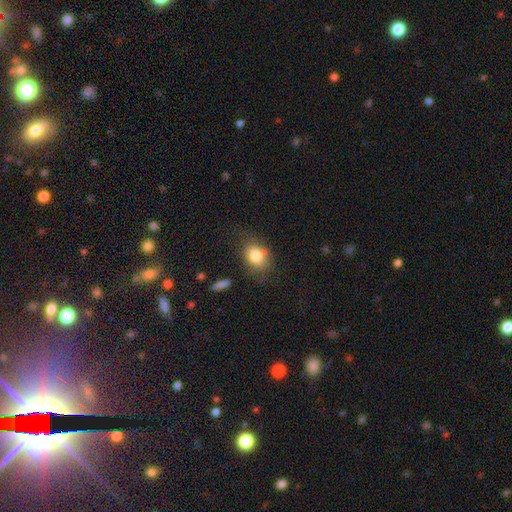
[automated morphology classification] type=smooth (82%); roundness=in between (66%); merging=none (66%).